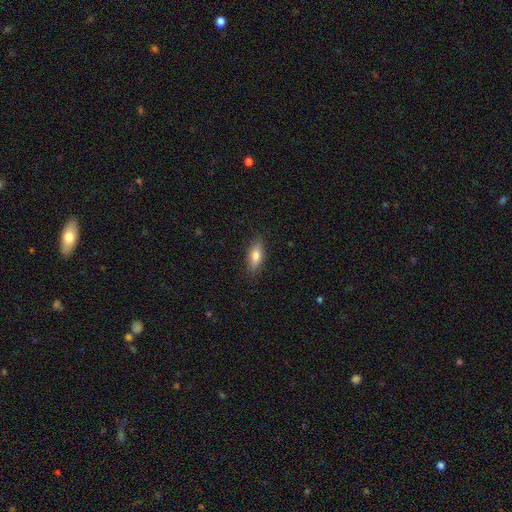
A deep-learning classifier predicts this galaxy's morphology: The model was most divided on "how rounded": in between: 66%, cigar-shaped: 31%, round: 3%. More confident: merging — none (86%); smooth or featured — smooth (73%).